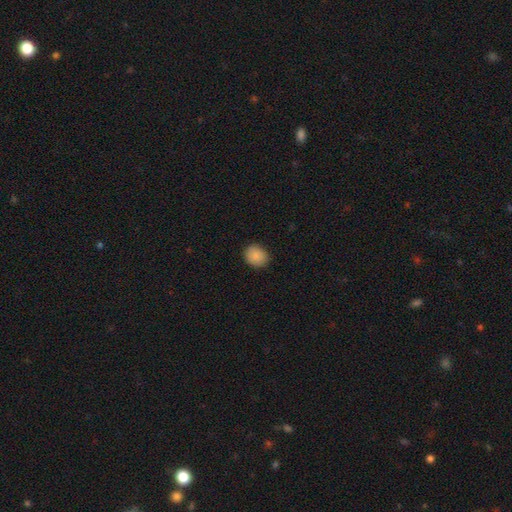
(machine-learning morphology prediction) smooth 88%, star or artifact 8%, featured or disk 4%. Down the decision tree: how rounded — round (69%); merging — none (87%).